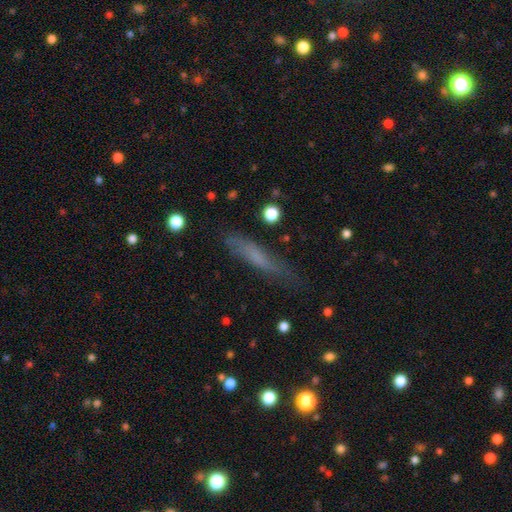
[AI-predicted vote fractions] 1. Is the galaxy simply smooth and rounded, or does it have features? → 59% smooth, 31% featured or disk, 10% star or artifact.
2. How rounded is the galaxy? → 84% cigar-shaped, 14% in between, 2% round.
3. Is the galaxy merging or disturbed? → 71% none, 20% minor disturbance, 6% major disturbance, 2% merger.